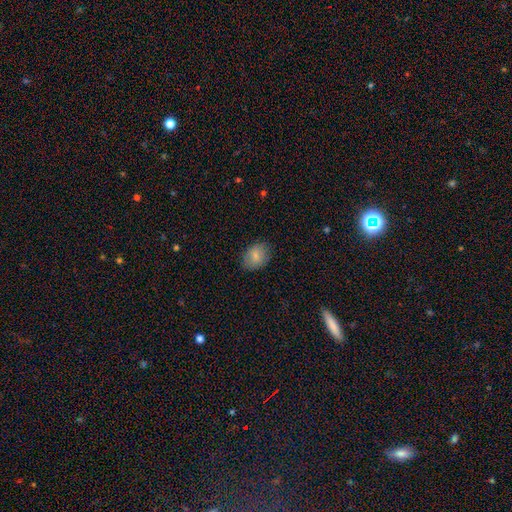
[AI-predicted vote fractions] Overall: smooth (83%). How rounded: in between (68%; round 30%). Merging: none (83%).